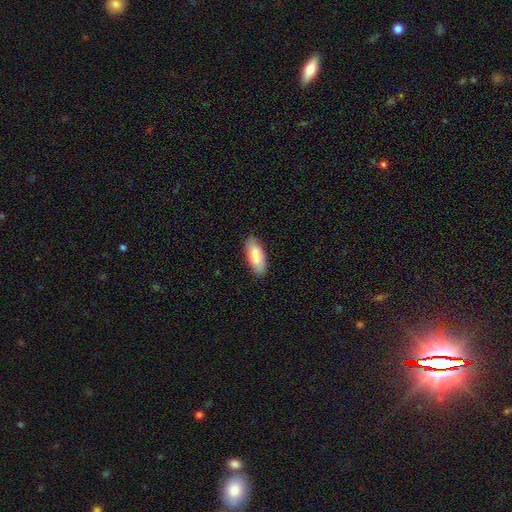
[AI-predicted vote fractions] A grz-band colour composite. It shows a smooth galaxy with no disk features (86%) that is in between round and cigar-shaped (80%). Merging: none (87%).